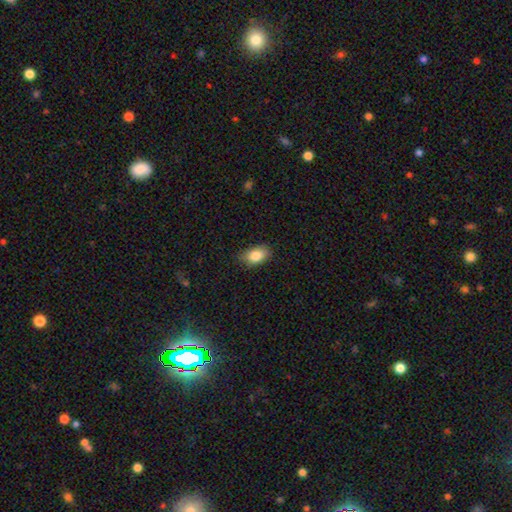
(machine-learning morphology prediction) Smooth or featured? Predicted: smooth (p=0.84). How rounded? Predicted: in between (p=0.87). Merging? Predicted: none (p=0.80).